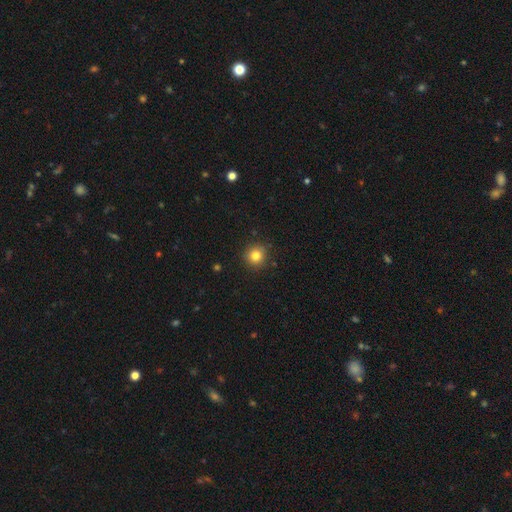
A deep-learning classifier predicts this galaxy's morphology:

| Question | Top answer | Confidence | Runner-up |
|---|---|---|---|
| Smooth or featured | smooth | 82% | star or artifact (12%) |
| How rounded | round | 92% | in between (7%) |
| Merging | none | 90% | minor disturbance (7%) |